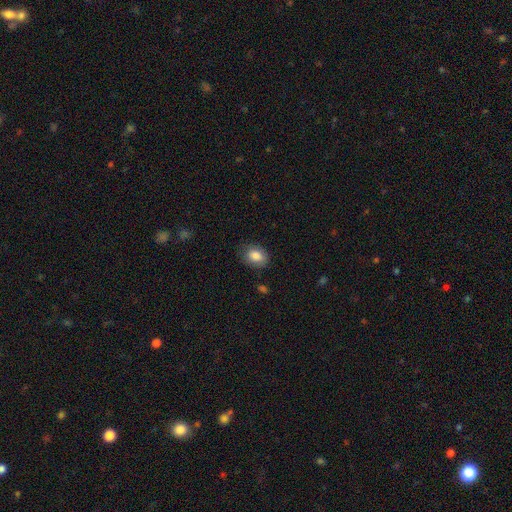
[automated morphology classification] Smooth or featured: smooth — 85% (star or artifact — 8%)
How rounded: in between — 71% (round — 28%)
Merging: none — 78% (minor disturbance — 17%)